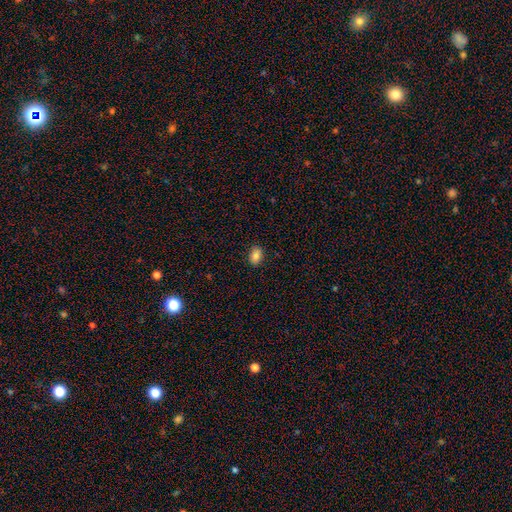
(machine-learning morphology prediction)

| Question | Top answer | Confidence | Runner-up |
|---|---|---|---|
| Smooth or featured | smooth | 84% | star or artifact (9%) |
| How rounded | in between | 82% | round (16%) |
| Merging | none | 87% | minor disturbance (10%) |